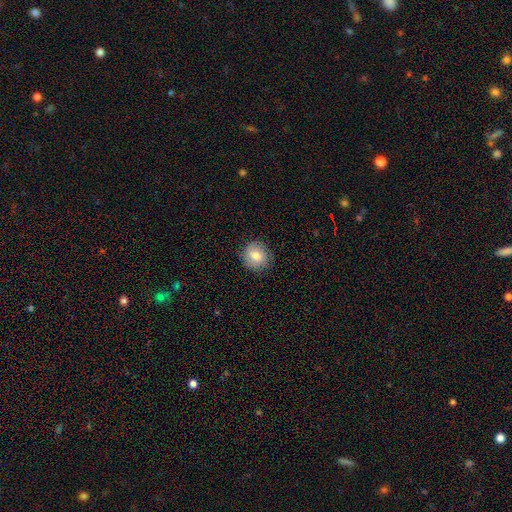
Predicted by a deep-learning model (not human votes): Overall: smooth (75%). How rounded: round (90%). Merging: none (85%).